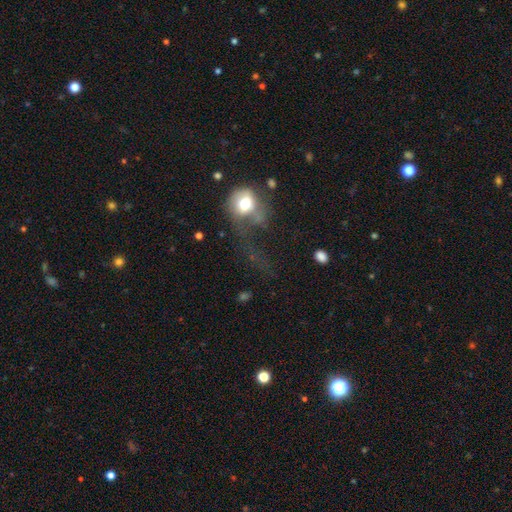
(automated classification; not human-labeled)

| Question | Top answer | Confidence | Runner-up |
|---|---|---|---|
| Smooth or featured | smooth | 41% | featured or disk (32%) |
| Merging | major disturbance | 48% | none (28%) |